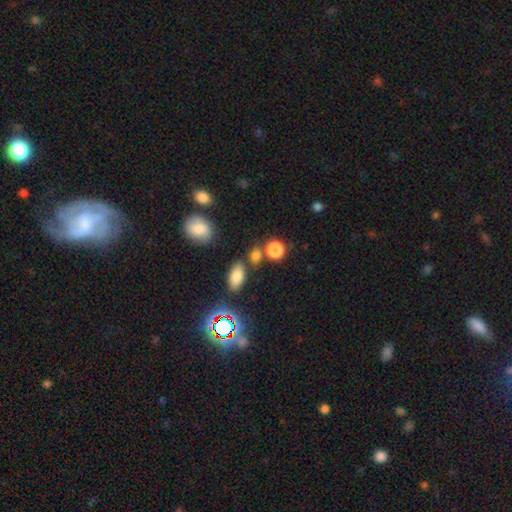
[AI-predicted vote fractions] smooth 75%, star or artifact 19%, featured or disk 6%. Down the decision tree: how rounded — round (63%); merging — none (69%).